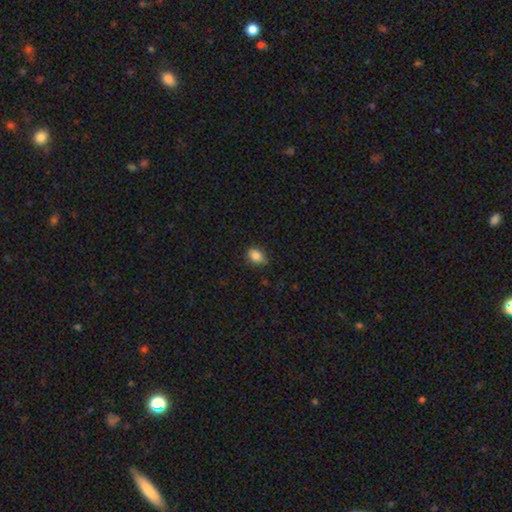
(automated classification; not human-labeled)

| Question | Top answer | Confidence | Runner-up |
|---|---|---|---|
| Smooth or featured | smooth | 86% | star or artifact (9%) |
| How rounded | in between | 74% | round (25%) |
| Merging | none | 74% | minor disturbance (21%) |